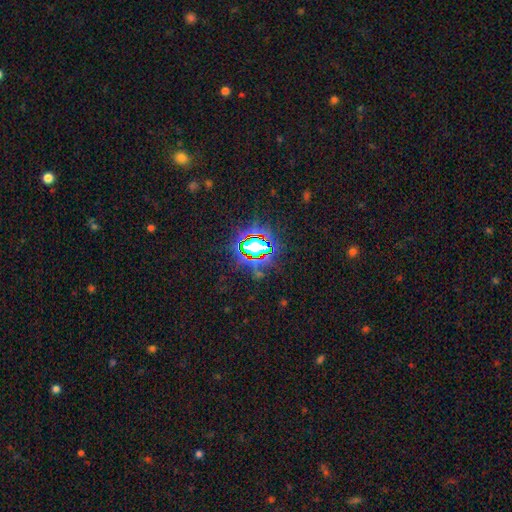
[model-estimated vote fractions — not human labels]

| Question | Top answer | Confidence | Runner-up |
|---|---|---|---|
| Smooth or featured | star or artifact | 81% | smooth (12%) |